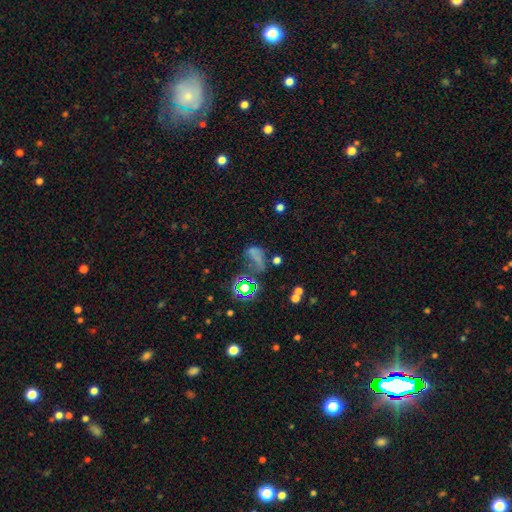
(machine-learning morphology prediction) A smooth galaxy with no disk features (46%). Merging: major disturbance (33%).